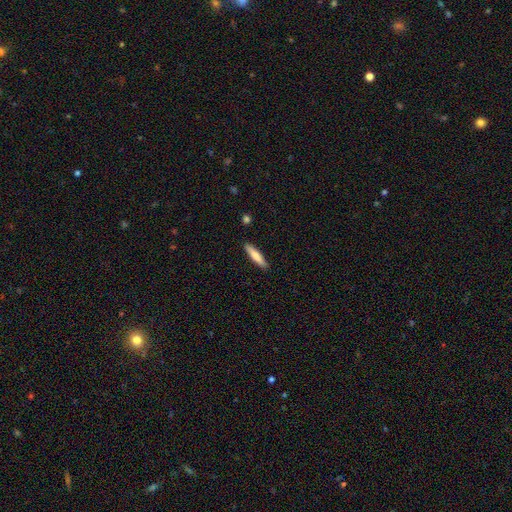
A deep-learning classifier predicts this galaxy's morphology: Smooth or featured? Predicted: smooth (p=0.72). How rounded? Predicted: cigar-shaped (p=0.84). Merging? Predicted: none (p=0.90).